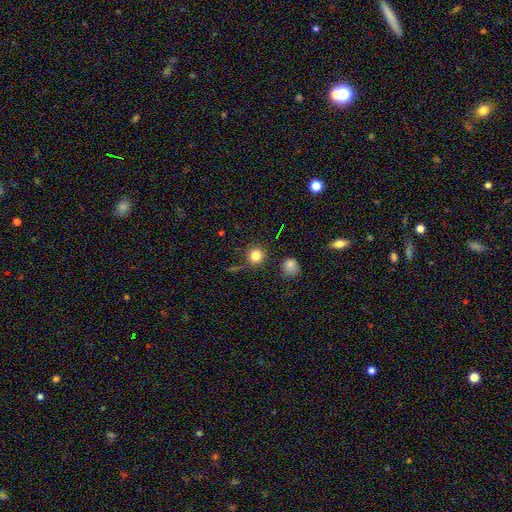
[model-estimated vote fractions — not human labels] Smooth or featured?
  - smooth: 80% *
  - star or artifact: 13%
  - featured or disk: 7%
How rounded?
  - round: 94% *
  - in between: 5%
  - cigar-shaped: 1%
Merging?
  - none: 83% *
  - minor disturbance: 8%
  - merger: 5%
  - major disturbance: 4%